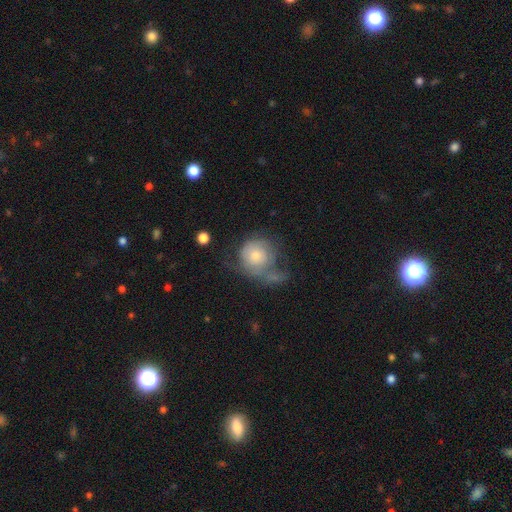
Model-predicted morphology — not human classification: The model was most divided on "smooth or featured": smooth: 47%, featured or disk: 46%, star or artifact: 7%. Remaining: merging — major disturbance (40%).